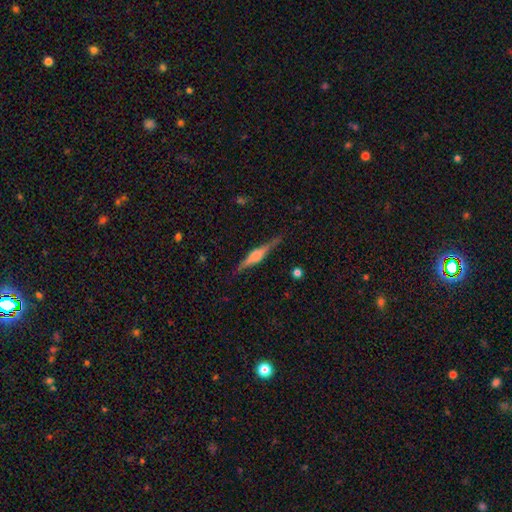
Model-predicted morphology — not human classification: featured or disk 75%, smooth 18%, star or artifact 7%. Down the decision tree: edge-on disk — yes (98%); edge-on bulge — rounded (70%); merging — none (87%).